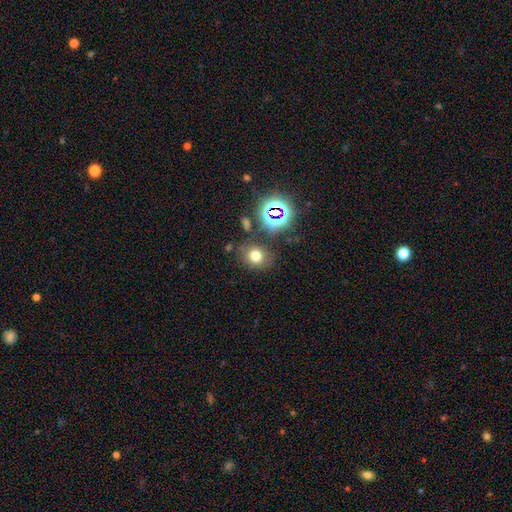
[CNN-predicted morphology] A smooth galaxy with no disk features (68%) that is round (65%).

Vote fractions:
- Smooth or featured? smooth: 68% / star or artifact: 22% / featured or disk: 10%
- How rounded? round: 65% / in between: 34% / cigar-shaped: 1%
- Merging? none: 77% / minor disturbance: 12% / merger: 6% / major disturbance: 5%